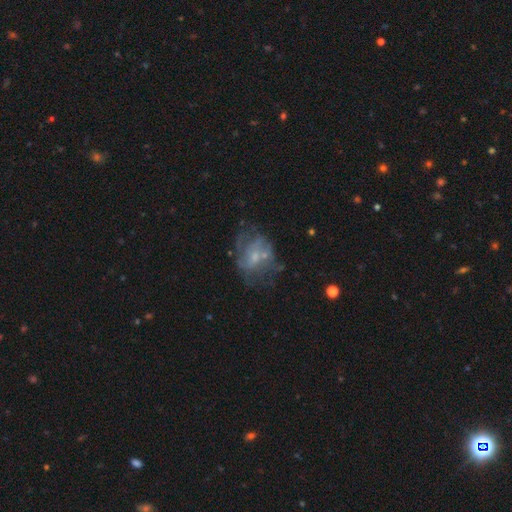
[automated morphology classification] A featured or disk galaxy (61%) with no bar (74%), no spiral arms (57%) and a small central bulge (55%). Merging: none (40%).